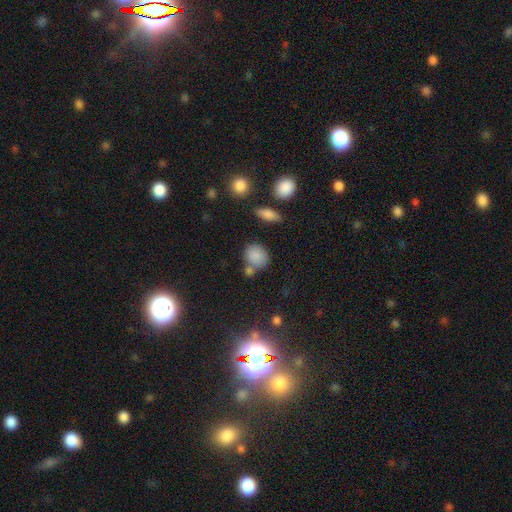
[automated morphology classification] smooth-or-featured: smooth: 83% | star or artifact: 10% | featured or disk: 7%
  how-rounded: round: 61% | in between: 38% | cigar-shaped: 2%
  merging: none: 59% | merger: 20% | minor disturbance: 15% | major disturbance: 5%